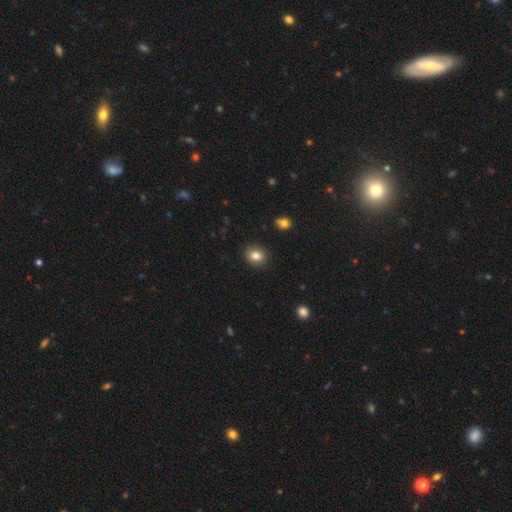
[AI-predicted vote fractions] Q: Smooth or featured?
A: smooth (82%); runner-up: star or artifact (10%)
Q: How rounded?
A: round (65%); runner-up: in between (35%)
Q: Merging?
A: none (89%); runner-up: minor disturbance (7%)